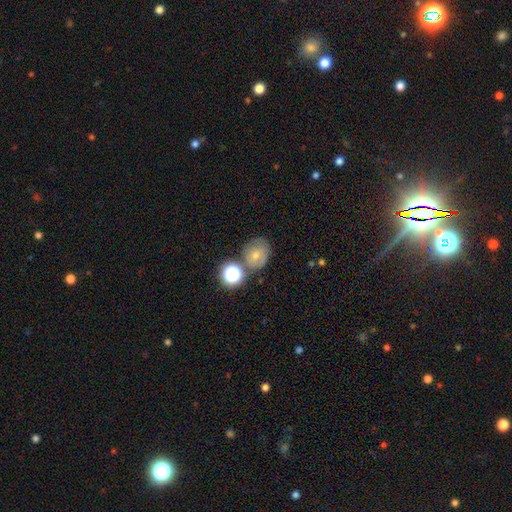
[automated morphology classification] Q: Smooth or featured?
A: smooth (64%); runner-up: featured or disk (21%)
Q: How rounded?
A: round (65%); runner-up: in between (34%)
Q: Merging?
A: none (54%); runner-up: merger (19%)